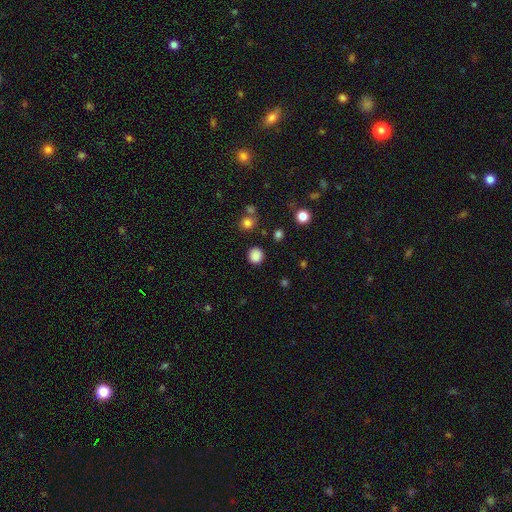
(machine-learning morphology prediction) type=smooth (85%); roundness=round (90%); merging=none (88%).